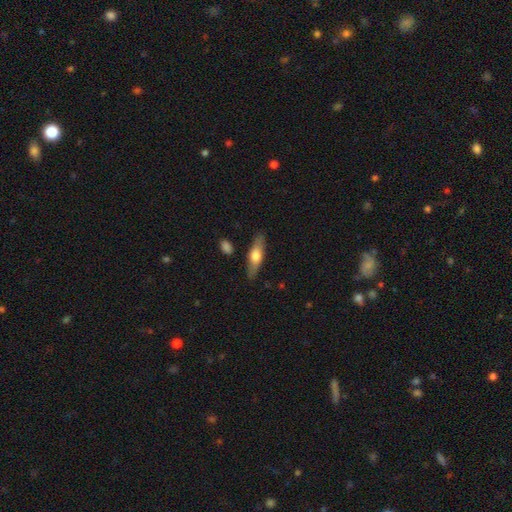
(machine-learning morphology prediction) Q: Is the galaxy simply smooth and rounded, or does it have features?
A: smooth — 50%.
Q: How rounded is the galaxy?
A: cigar-shaped — 60%.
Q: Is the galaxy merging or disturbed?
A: none — 83%.